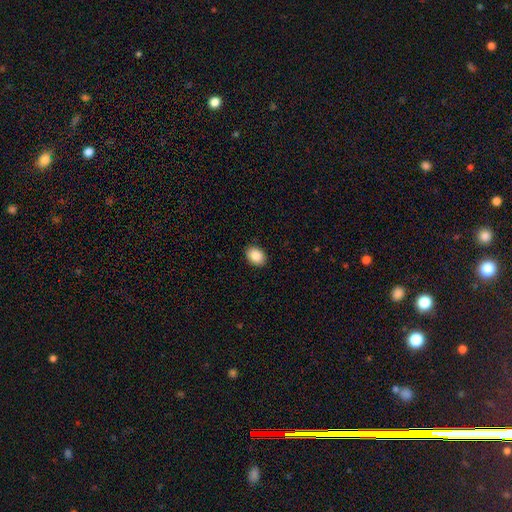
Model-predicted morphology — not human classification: A smooth galaxy with no disk features (88%) that is in between round and cigar-shaped (72%). Merging: none (90%).